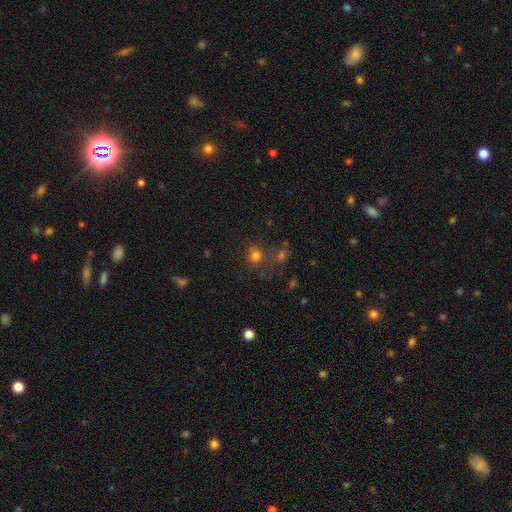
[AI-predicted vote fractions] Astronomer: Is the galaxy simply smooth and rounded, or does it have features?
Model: smooth — 70%.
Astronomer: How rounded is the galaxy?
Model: round — 86%.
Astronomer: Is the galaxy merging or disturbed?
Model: none — 58%.